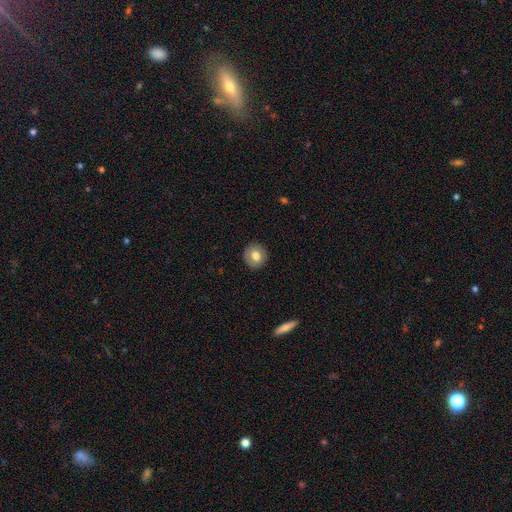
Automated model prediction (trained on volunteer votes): smooth 76%, featured or disk 16%, star or artifact 8%. Down the decision tree: how rounded — round (92%); merging — none (91%).